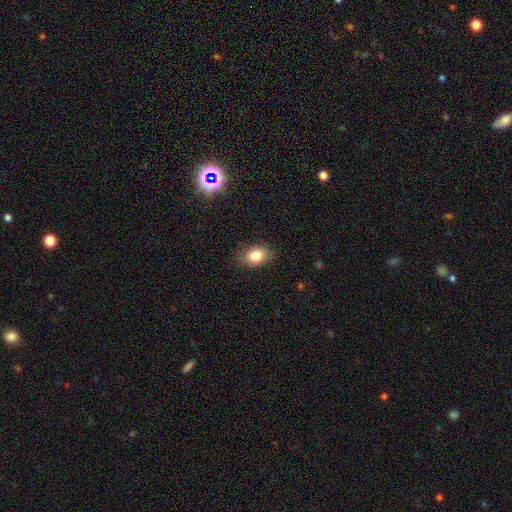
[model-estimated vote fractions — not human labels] A smooth galaxy with no disk features (83%) that is in between round and cigar-shaped (80%). Merging: none (84%).